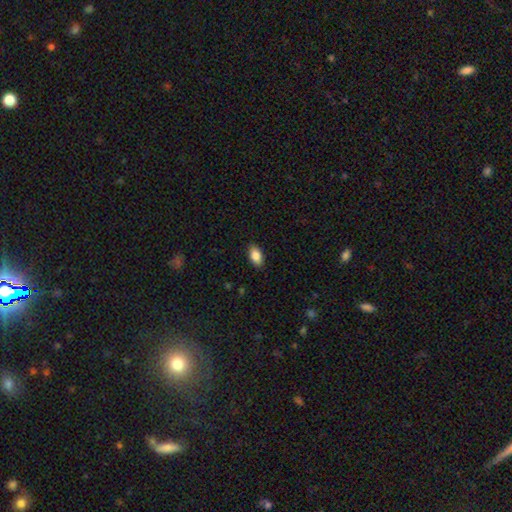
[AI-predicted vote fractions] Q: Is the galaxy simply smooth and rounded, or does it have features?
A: smooth — 86%.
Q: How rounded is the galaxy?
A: in between — 91%.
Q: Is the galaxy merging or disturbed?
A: none — 88%.